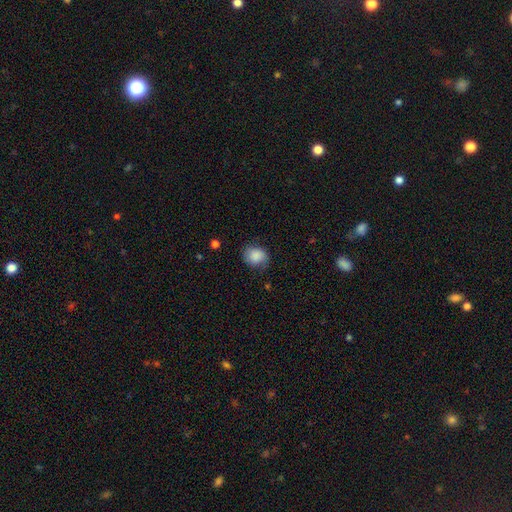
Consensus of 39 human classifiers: Smooth or featured? 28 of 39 (72%) said smooth. How rounded? 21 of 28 (75%) said round. Merging? 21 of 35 (60%) said none.